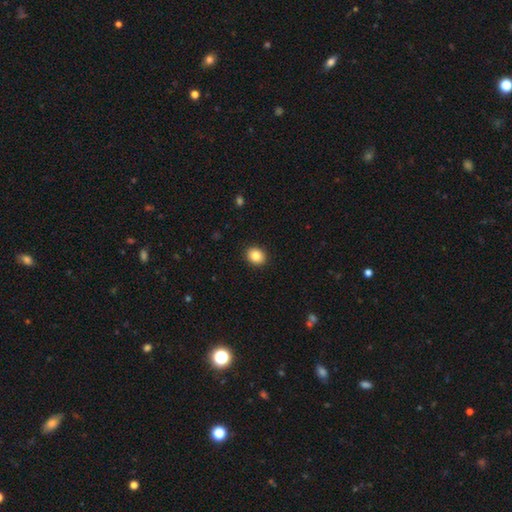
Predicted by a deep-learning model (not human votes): Overall: smooth (85%). How rounded: round (64%; in between 35%). Merging: none (92%).